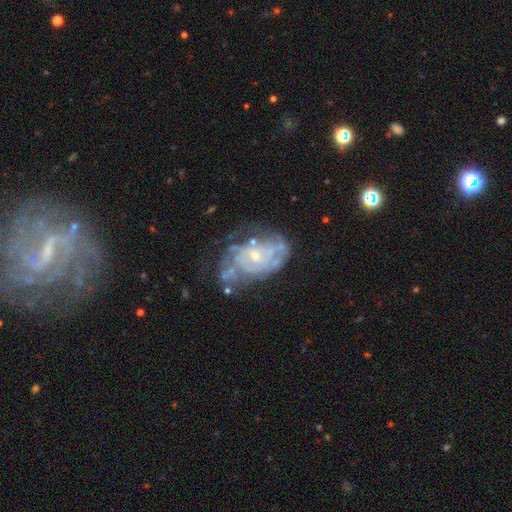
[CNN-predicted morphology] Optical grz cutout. It shows a featured or disk galaxy (80%) with no bar (73%), tight (60%) spiral arms (81%) and a small central bulge (70%). Merging: none (47%).